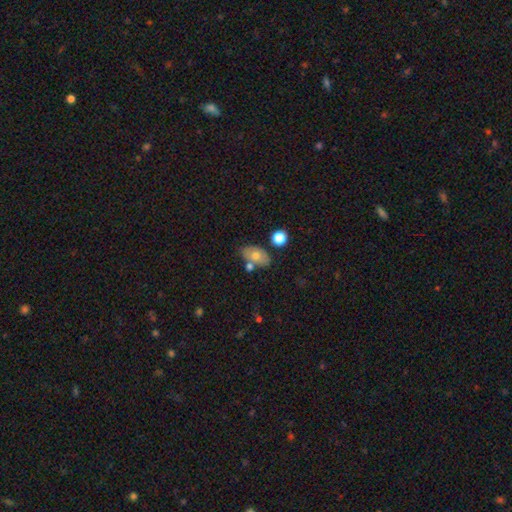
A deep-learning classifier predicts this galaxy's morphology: smooth 69%, featured or disk 22%, star or artifact 9%. Down the decision tree: how rounded — in between (87%); merging — none (66%).